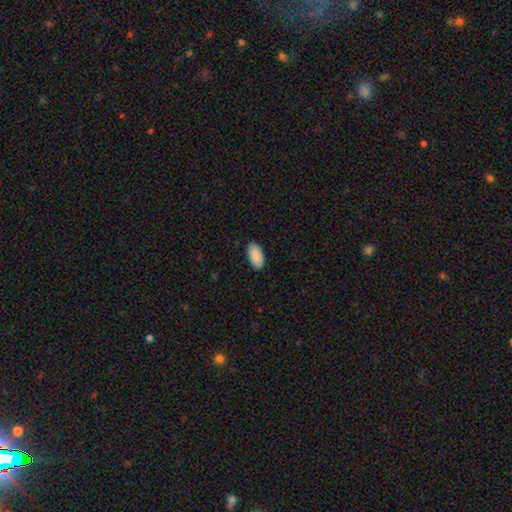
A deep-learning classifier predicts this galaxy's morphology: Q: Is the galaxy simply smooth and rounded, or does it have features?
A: smooth — 90%.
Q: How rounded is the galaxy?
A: in between — 96%.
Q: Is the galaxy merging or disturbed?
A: none — 89%.